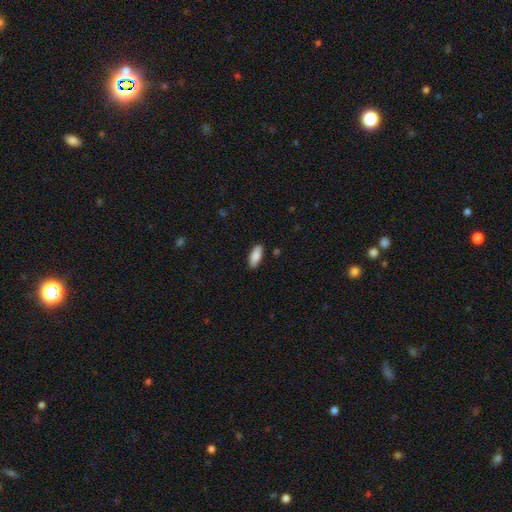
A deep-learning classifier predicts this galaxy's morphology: This appears to be a smooth galaxy with no disk features (88%) that is in between round and cigar-shaped (82%). Merging: none (87%).